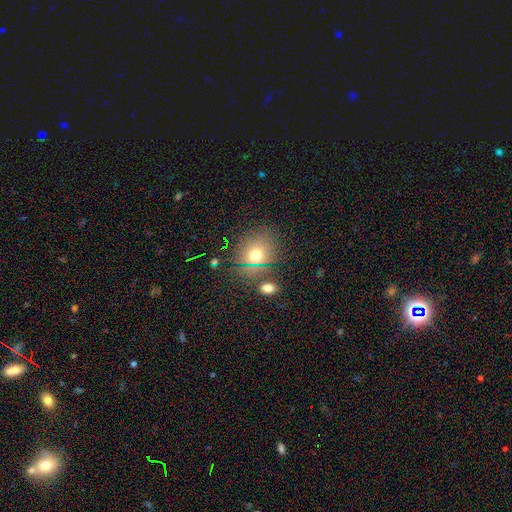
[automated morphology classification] Smooth or featured? Predicted: smooth (p=0.69). How rounded? Predicted: round (p=0.71). Merging? Predicted: none (p=0.73).